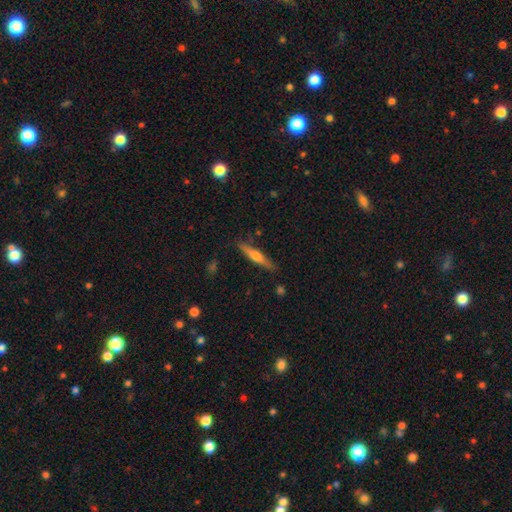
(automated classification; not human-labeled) A featured or disk galaxy (54%) viewed edge-on (95%) with a rounded central bulge (87%).

Vote fractions:
- Smooth or featured? featured or disk: 54% / smooth: 40% / star or artifact: 6%
- Edge-on disk? yes: 95% / no: 5%
- Edge-on bulge? rounded: 87% / none: 8% / boxy: 5%
- Merging? none: 86% / minor disturbance: 10% / major disturbance: 2% / merger: 2%